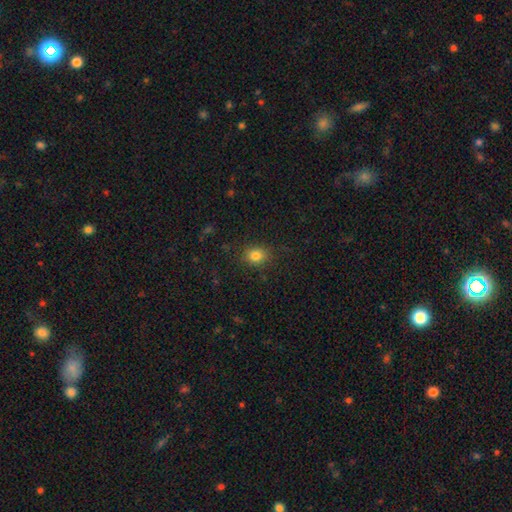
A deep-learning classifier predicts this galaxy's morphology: type=smooth (82%); roundness=round (55%); merging=none (86%).